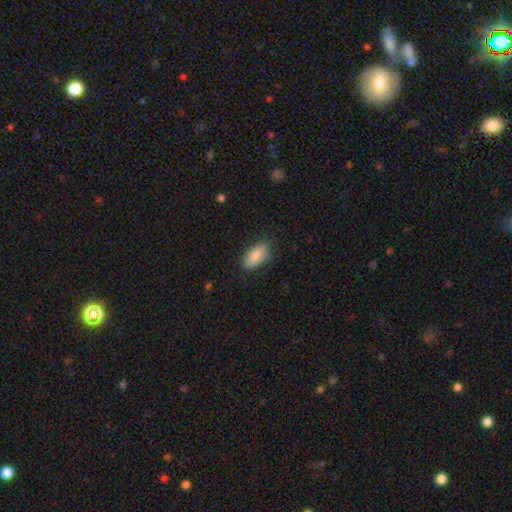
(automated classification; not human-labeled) Overall: smooth (84%). How rounded: in between (92%). Merging: none (79%).